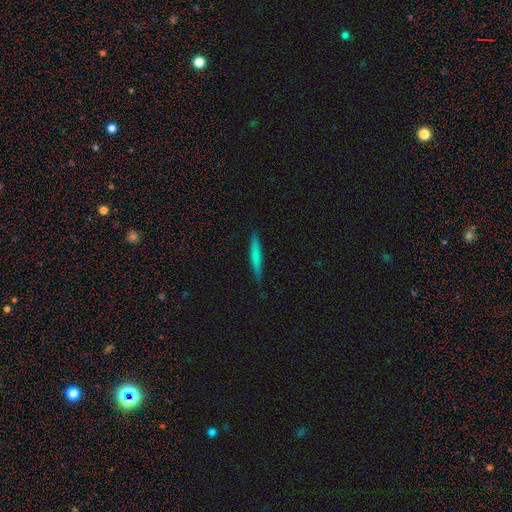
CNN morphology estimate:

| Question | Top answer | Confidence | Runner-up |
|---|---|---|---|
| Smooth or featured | smooth | 68% | featured or disk (26%) |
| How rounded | cigar-shaped | 94% | in between (4%) |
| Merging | none | 88% | minor disturbance (9%) |